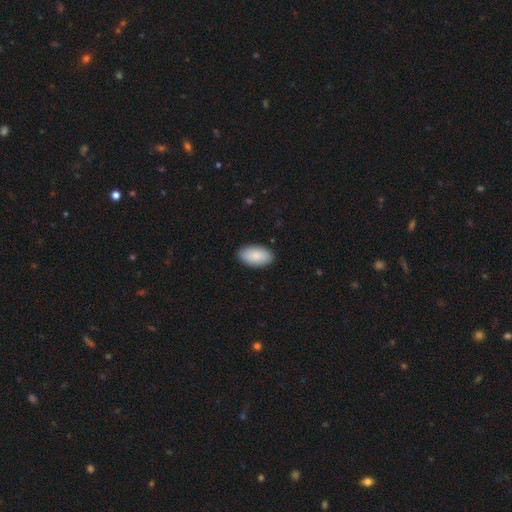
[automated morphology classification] This is clearly a smooth galaxy (88%). How rounded: clearly in between (96%). Merging: clearly none (89%).